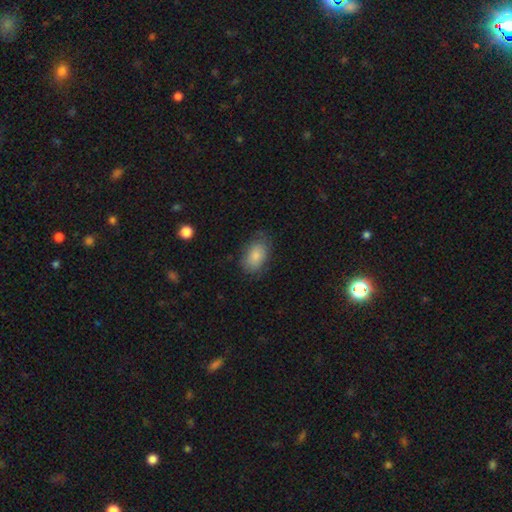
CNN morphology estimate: type=smooth (83%); roundness=in between (89%); merging=none (73%).